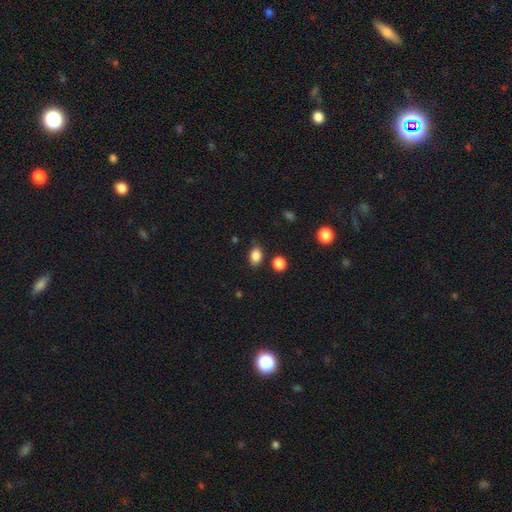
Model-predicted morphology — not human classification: Smooth or featured? Predicted: smooth (p=0.86). How rounded? Predicted: in between (p=0.74). Merging? Predicted: none (p=0.80).